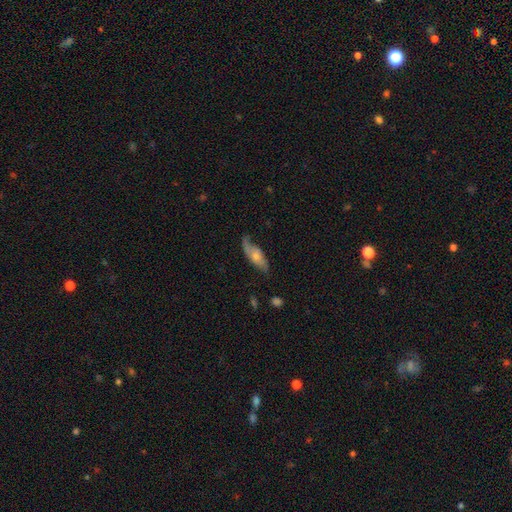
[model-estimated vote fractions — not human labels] Smooth or featured: featured or disk — 63% (smooth — 30%)
Edge-on disk: no — 78% (yes — 22%)
Merging: none — 60% (minor disturbance — 27%)